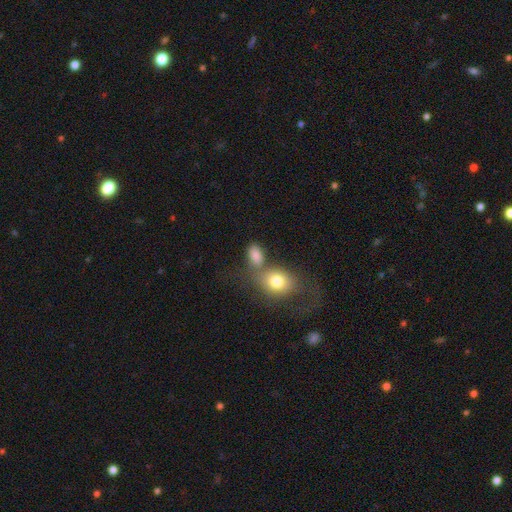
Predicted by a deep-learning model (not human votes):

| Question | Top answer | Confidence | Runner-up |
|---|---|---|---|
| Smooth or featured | smooth | 81% | star or artifact (10%) |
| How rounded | in between | 80% | round (18%) |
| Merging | none | 44% | merger (35%) |